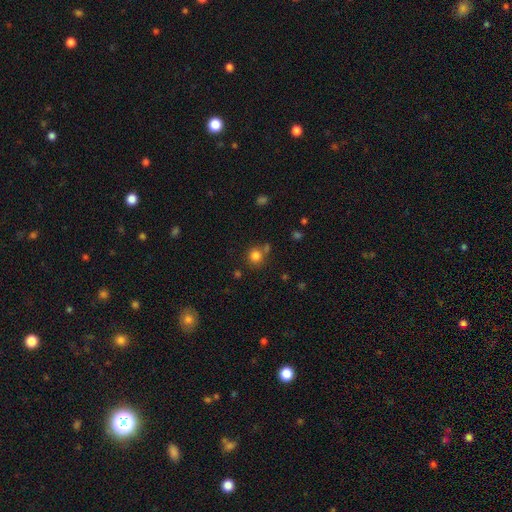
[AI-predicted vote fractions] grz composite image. It shows a smooth galaxy with no disk features (81%) that is round (88%). Merging: none (68%).